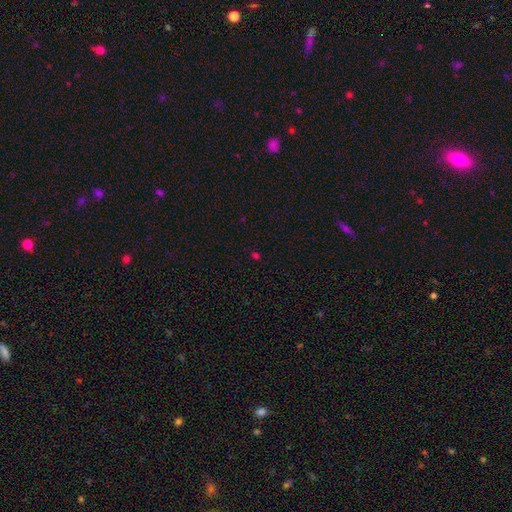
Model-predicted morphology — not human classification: Smooth or featured?
  - star or artifact: 51% *
  - smooth: 43%
  - featured or disk: 6%